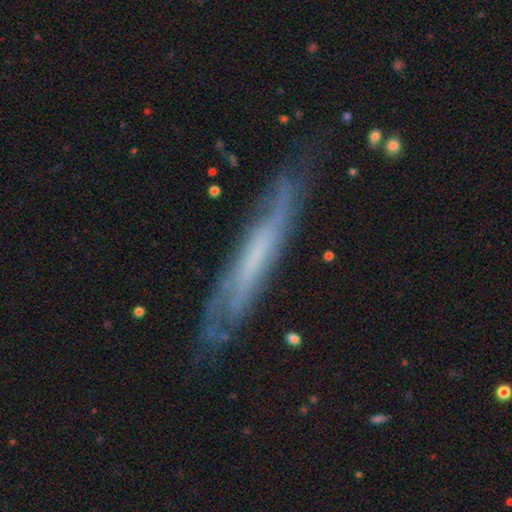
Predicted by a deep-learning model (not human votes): Smooth or featured?
  - featured or disk: 68% *
  - smooth: 25%
  - star or artifact: 8%
Edge-on disk?
  - yes: 65% *
  - no: 35%
Merging?
  - none: 72% *
  - minor disturbance: 20%
  - major disturbance: 6%
  - merger: 2%